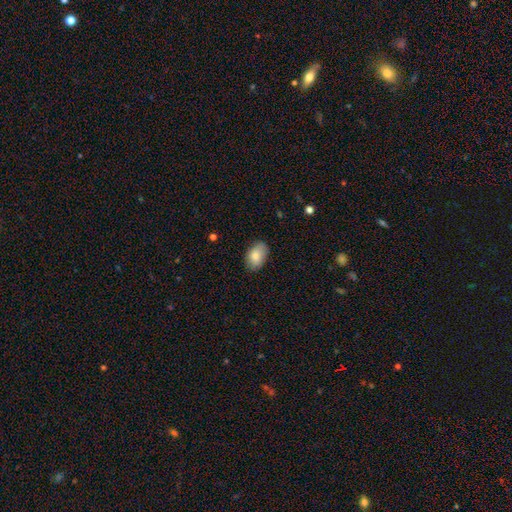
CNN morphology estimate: The model was most divided on "merging": none: 83%, minor disturbance: 13%, major disturbance: 3%, merger: 1%. More confident: how rounded — in between (90%); smooth or featured — smooth (84%).